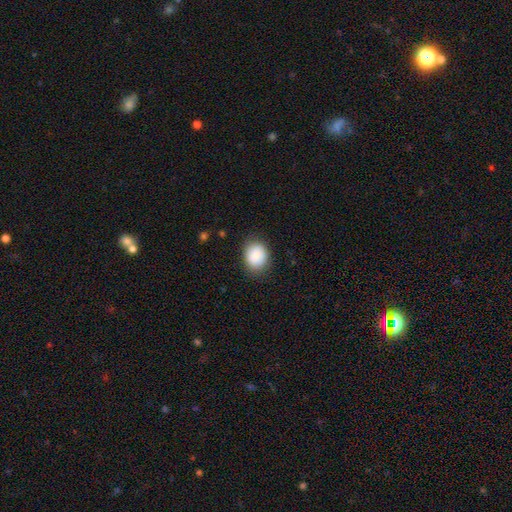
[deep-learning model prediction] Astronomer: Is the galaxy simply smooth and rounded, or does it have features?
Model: smooth — 86%.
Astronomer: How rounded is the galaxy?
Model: round — 55% (runner-up: in between, 44%).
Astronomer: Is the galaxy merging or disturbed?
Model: none — 82%.